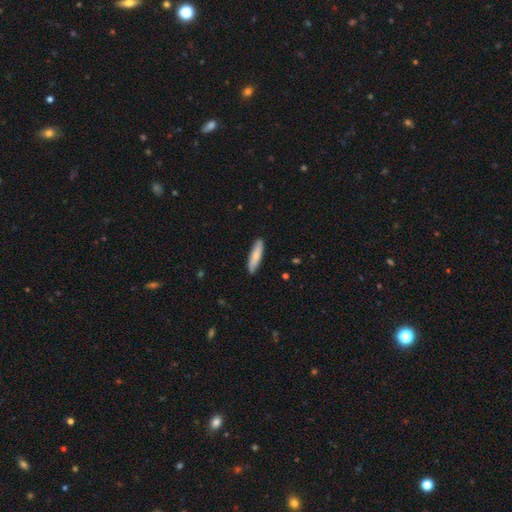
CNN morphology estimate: smooth 75%, featured or disk 19%, star or artifact 5%. Down the decision tree: how rounded — cigar-shaped (78%); merging — none (89%).